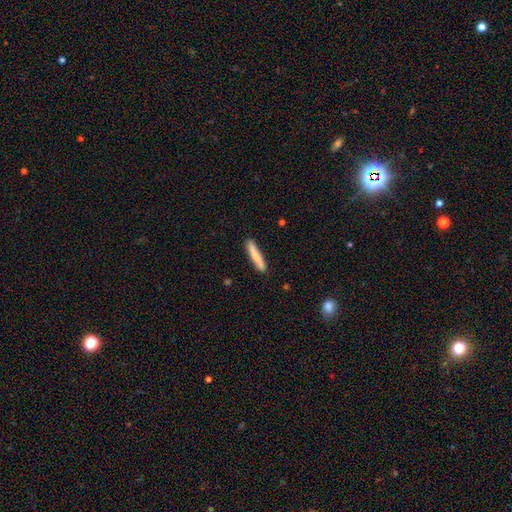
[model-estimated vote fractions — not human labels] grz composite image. It shows a smooth galaxy with no disk features (79%) that is cigar-shaped (92%). Merging: none (87%).